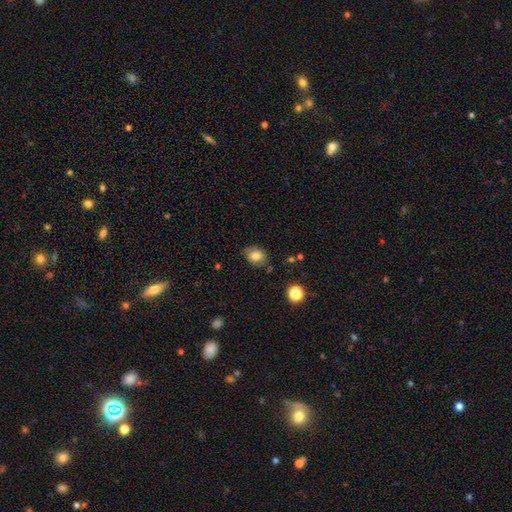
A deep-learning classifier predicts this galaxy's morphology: A smooth galaxy with no disk features (79%) that is in between round and cigar-shaped (61%). Merging: none (79%).